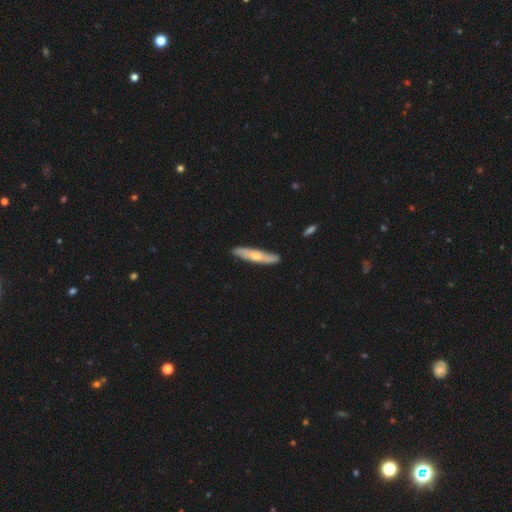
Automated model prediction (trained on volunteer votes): smooth_or_featured: smooth (p=0.53) [alt: featured or disk p=0.42]
how_rounded: cigar-shaped (p=0.85) [alt: in between p=0.14]
merging: none (p=0.88) [alt: minor disturbance p=0.09]